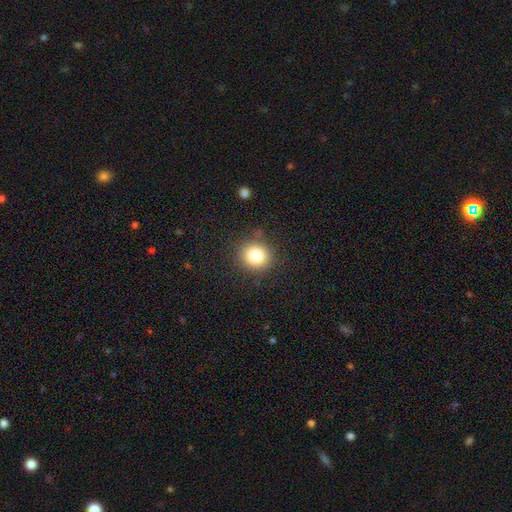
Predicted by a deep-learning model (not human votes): Smooth or featured? Predicted: smooth (p=0.79). How rounded? Predicted: round (p=0.88). Merging? Predicted: none (p=0.86).